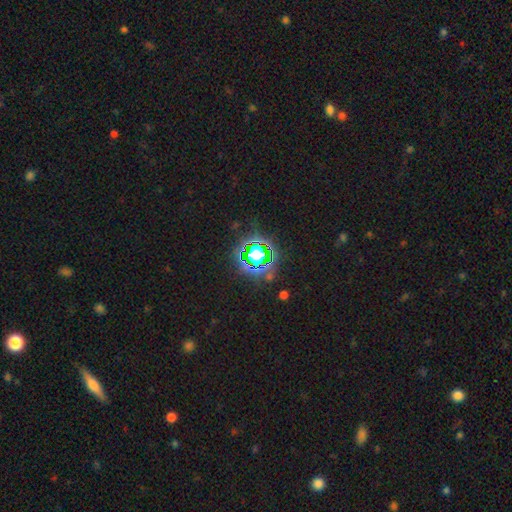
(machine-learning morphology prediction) type=star or artifact (69%).